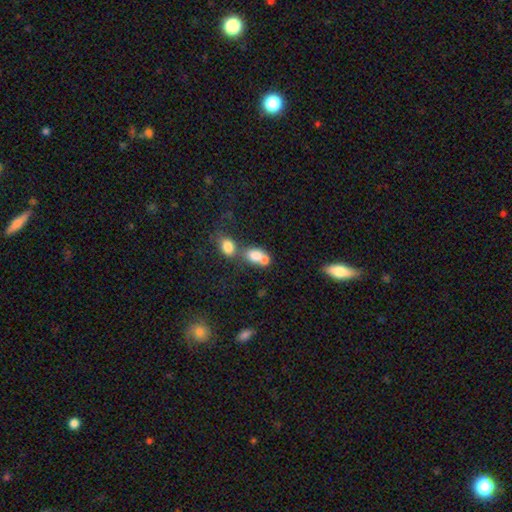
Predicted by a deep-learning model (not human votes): Overall: smooth (74%). How rounded: in between (67%; round 31%). Merging: merger (65%).